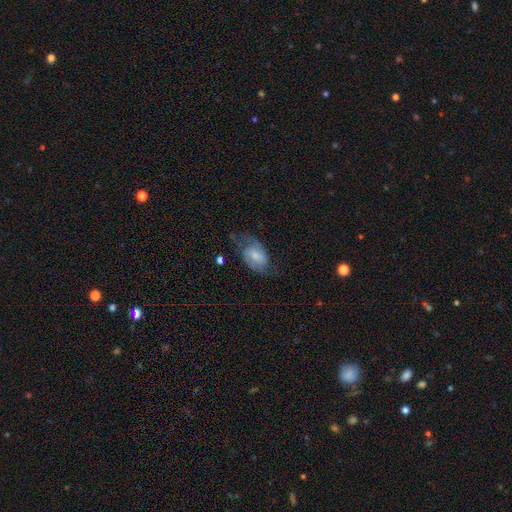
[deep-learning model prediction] smooth_or_featured: featured or disk (p=0.53) [alt: smooth p=0.39]
disk_edge_on: no (p=0.96) [alt: yes p=0.04]
bar: weak (p=0.45) [alt: no p=0.41]
has_spiral_arms: yes (p=0.84) [alt: no p=0.16]
bulge_size: small (p=0.42) [alt: moderate p=0.34]
merging: none (p=0.48) [alt: minor disturbance p=0.27]